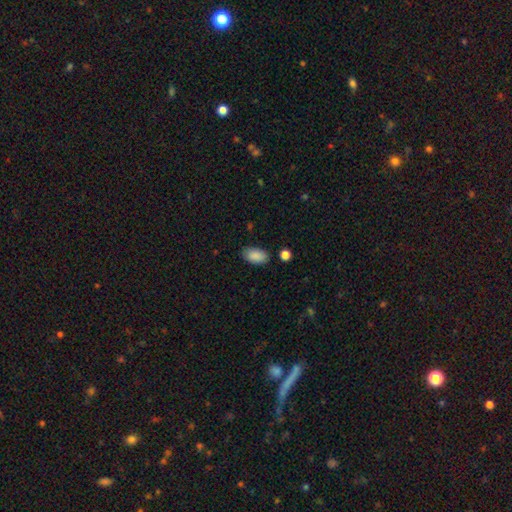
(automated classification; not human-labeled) Q: Smooth or featured?
A: smooth (89%); runner-up: star or artifact (7%)
Q: How rounded?
A: in between (94%); runner-up: round (4%)
Q: Merging?
A: none (82%); runner-up: minor disturbance (12%)